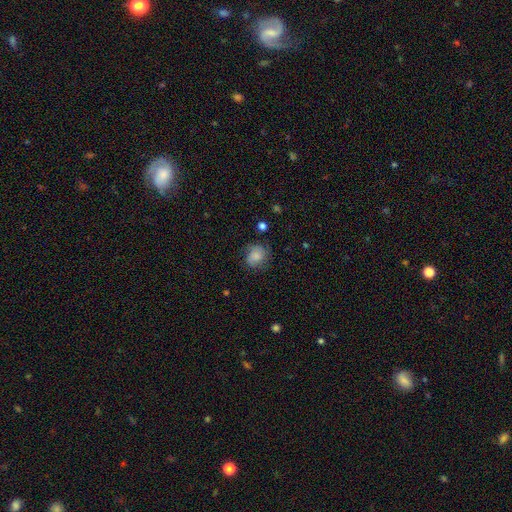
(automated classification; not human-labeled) Smooth or featured?
  - smooth: 63% *
  - featured or disk: 28%
  - star or artifact: 9%
How rounded?
  - round: 69% *
  - in between: 29%
  - cigar-shaped: 1%
Merging?
  - none: 67% *
  - minor disturbance: 22%
  - major disturbance: 9%
  - merger: 2%